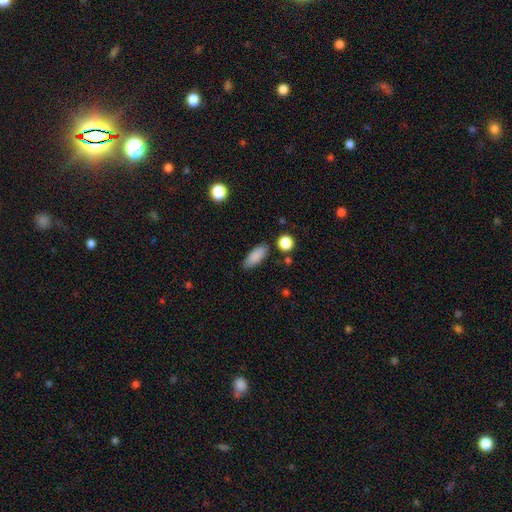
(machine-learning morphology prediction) Smooth or featured? Predicted: smooth (p=0.87). How rounded? Predicted: in between (p=0.76). Merging? Predicted: none (p=0.81).